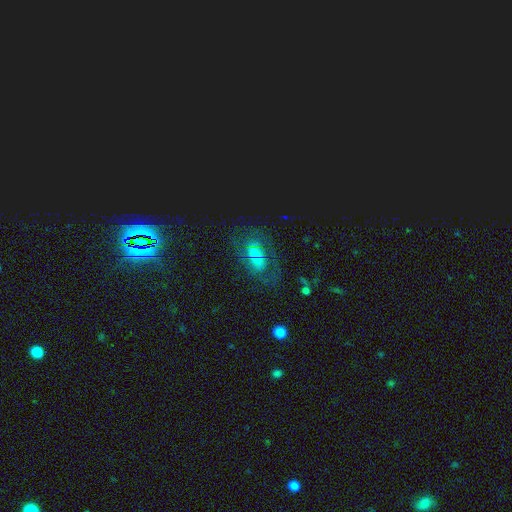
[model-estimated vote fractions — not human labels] The model was most divided on "smooth or featured": featured or disk: 49%, smooth: 30%, star or artifact: 21%. More confident: merging — none (60%).